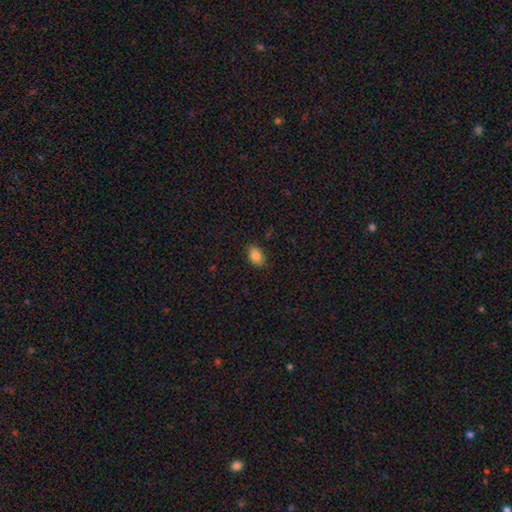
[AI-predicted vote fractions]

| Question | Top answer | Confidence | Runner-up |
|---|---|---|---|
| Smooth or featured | smooth | 85% | star or artifact (8%) |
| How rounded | in between | 87% | round (12%) |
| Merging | none | 86% | minor disturbance (11%) |